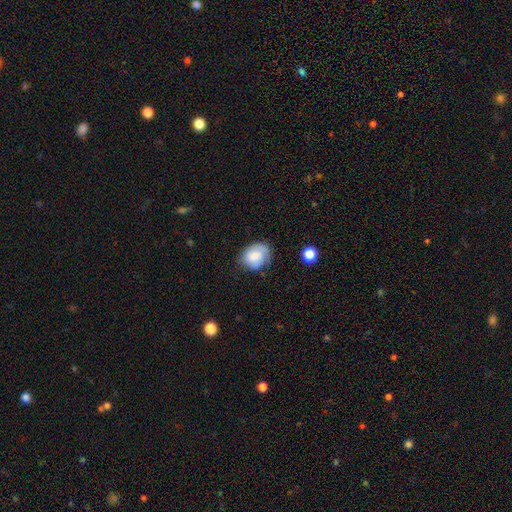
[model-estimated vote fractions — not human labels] A smooth galaxy with no disk features (65%) that is in between round and cigar-shaped (58%).

Vote fractions:
- Smooth or featured? smooth: 65% / featured or disk: 27% / star or artifact: 8%
- How rounded? in between: 58% / round: 41% / cigar-shaped: 1%
- Merging? none: 61% / minor disturbance: 29% / major disturbance: 8% / merger: 2%